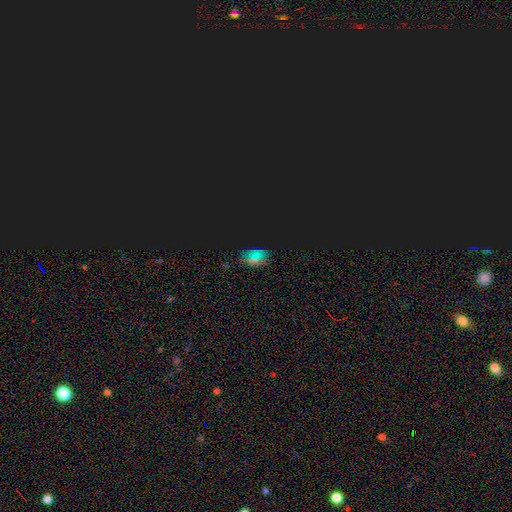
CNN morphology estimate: This is possibly a star or artifact rather than a galaxy (54%).